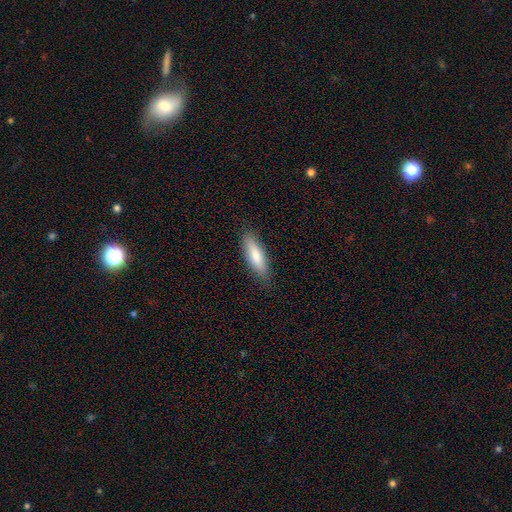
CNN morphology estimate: Smooth or featured: smooth — 81% (featured or disk — 14%)
How rounded: cigar-shaped — 52% (in between — 46%)
Merging: none — 86% (minor disturbance — 11%)